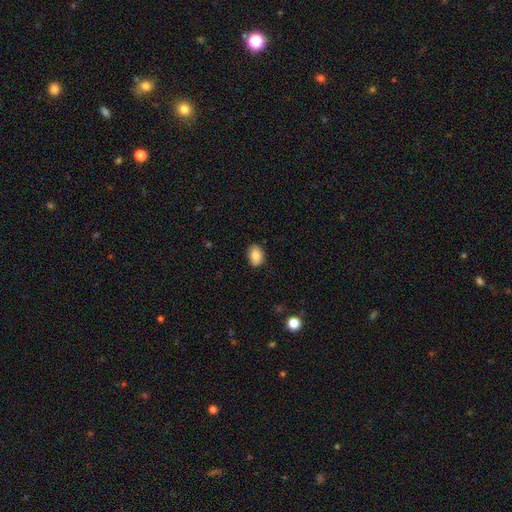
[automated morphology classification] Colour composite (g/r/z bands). It shows a smooth galaxy with no disk features (85%) that is in between round and cigar-shaped (75%). Merging: none (86%).